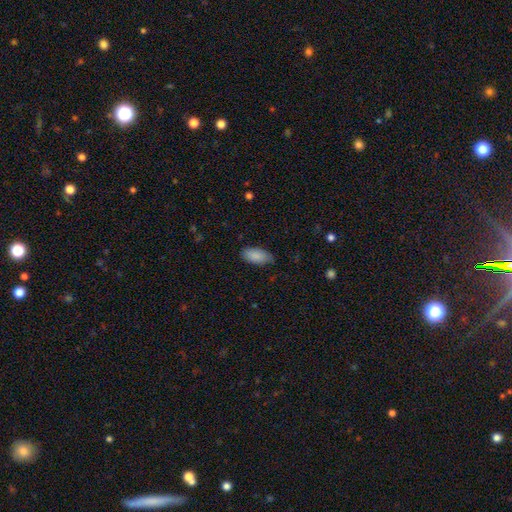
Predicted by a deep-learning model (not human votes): smooth 88%, star or artifact 6%, featured or disk 5%. Down the decision tree: how rounded — in between (92%); merging — none (78%).